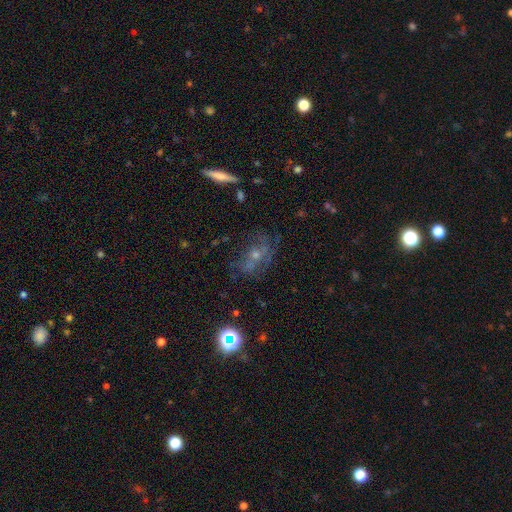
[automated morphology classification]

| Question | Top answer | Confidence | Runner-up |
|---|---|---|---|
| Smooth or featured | featured or disk | 49% | smooth (27%) |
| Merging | none | 55% | minor disturbance (21%) |